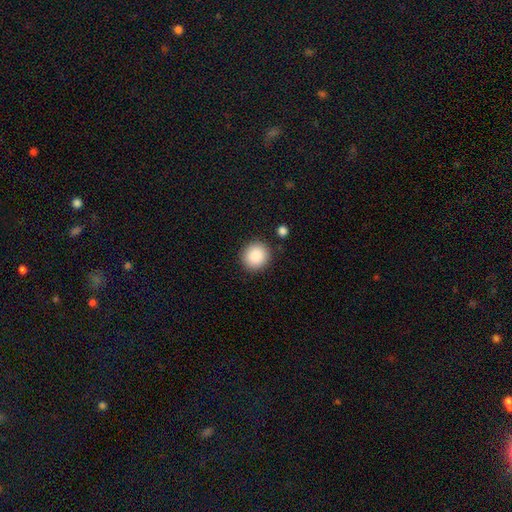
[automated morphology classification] The model was most divided on "how rounded": round: 87%, in between: 12%, cigar-shaped: 1%. More confident: smooth or featured — smooth (89%); merging — none (88%).